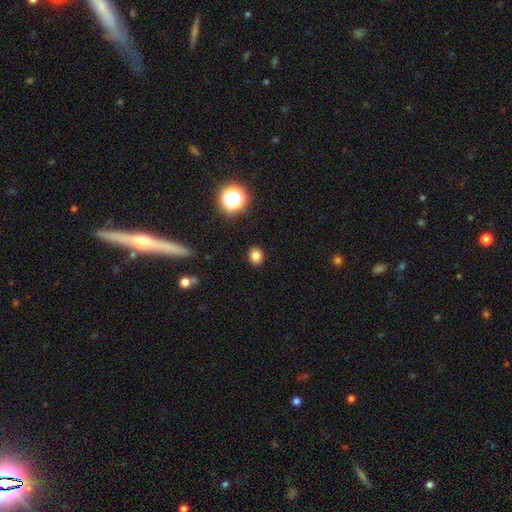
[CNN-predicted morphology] Smooth or featured?
  - smooth: 81% *
  - star or artifact: 14%
  - featured or disk: 5%
How rounded?
  - round: 67% *
  - in between: 32%
  - cigar-shaped: 1%
Merging?
  - none: 90% *
  - minor disturbance: 7%
  - major disturbance: 2%
  - merger: 1%